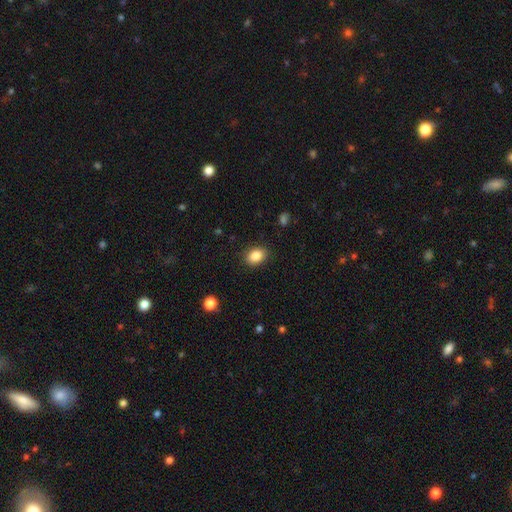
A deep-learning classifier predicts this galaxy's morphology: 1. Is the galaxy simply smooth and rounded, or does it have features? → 87% smooth, 9% star or artifact, 5% featured or disk.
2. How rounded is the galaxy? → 77% in between, 22% round, 1% cigar-shaped.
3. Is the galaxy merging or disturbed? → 88% none, 9% minor disturbance, 2% major disturbance, 1% merger.